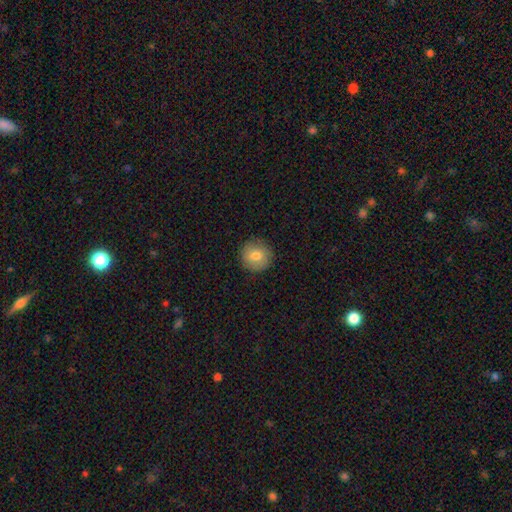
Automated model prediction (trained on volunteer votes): The model was most divided on "smooth or featured": smooth: 77%, featured or disk: 14%, star or artifact: 9%. More confident: how rounded — round (94%); merging — none (88%).